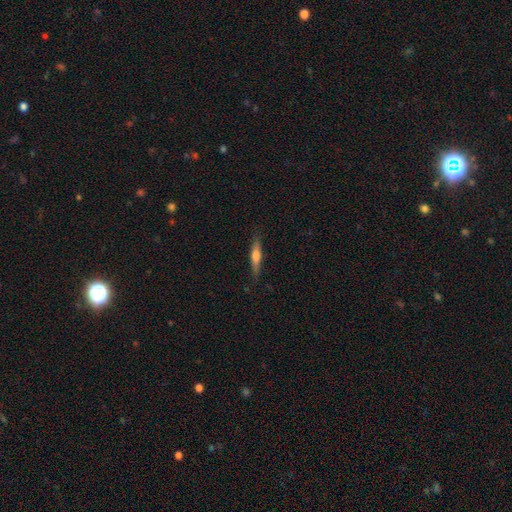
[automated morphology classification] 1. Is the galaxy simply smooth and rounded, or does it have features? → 47% featured or disk (tied), 47% smooth (tied), 6% star or artifact.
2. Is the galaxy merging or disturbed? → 85% none, 12% minor disturbance, 2% major disturbance, 1% merger.